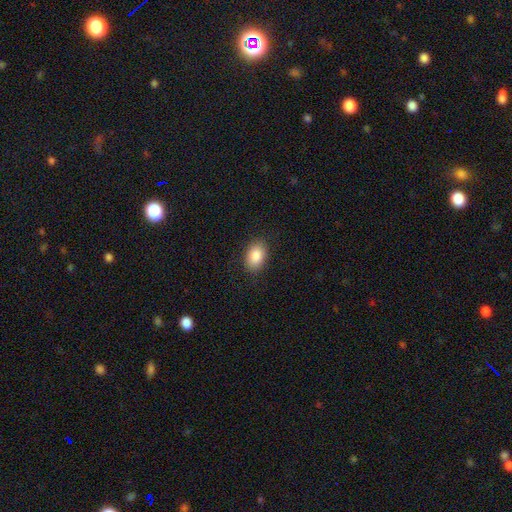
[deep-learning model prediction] Smooth or featured: smooth — 87% (star or artifact — 7%)
How rounded: in between — 84% (round — 15%)
Merging: none — 88% (minor disturbance — 9%)